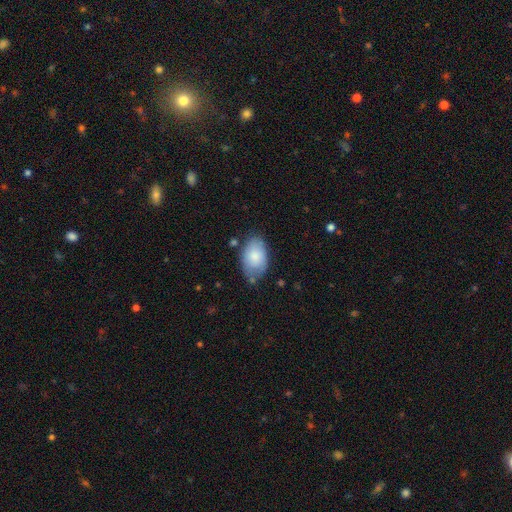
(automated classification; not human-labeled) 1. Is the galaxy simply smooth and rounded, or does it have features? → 80% smooth, 14% featured or disk, 6% star or artifact.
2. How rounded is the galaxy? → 91% in between, 8% round, 1% cigar-shaped.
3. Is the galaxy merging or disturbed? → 66% none, 24% minor disturbance, 6% major disturbance, 4% merger.